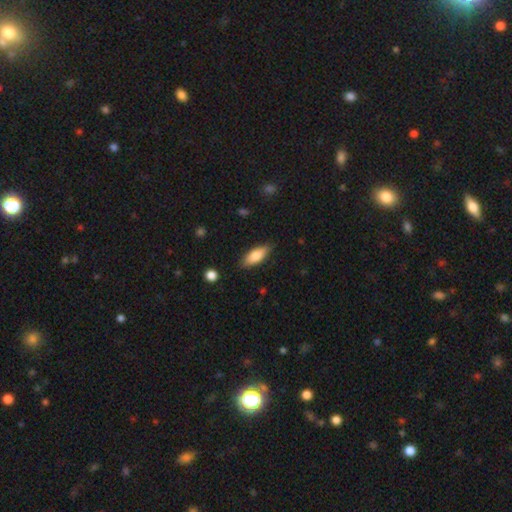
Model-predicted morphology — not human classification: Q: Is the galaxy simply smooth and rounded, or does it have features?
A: smooth — 78%.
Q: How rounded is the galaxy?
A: in between — 75%.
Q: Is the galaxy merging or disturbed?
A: none — 83%.